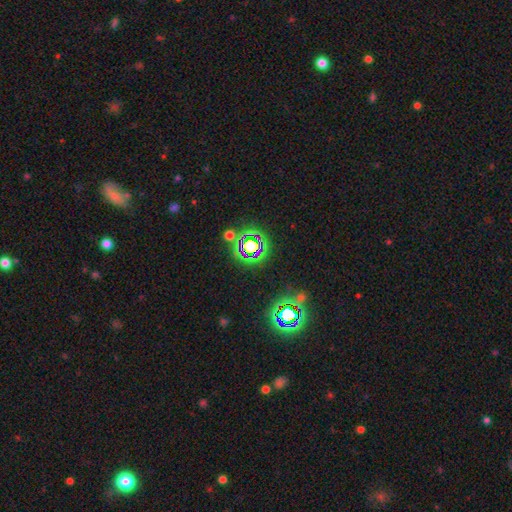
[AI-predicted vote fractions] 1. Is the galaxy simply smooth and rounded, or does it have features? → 64% star or artifact, 26% smooth, 10% featured or disk.